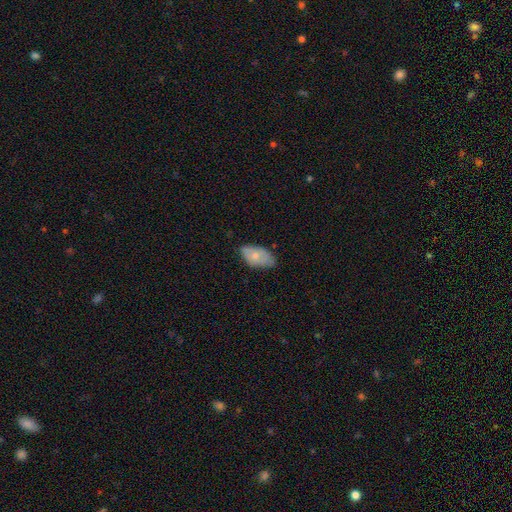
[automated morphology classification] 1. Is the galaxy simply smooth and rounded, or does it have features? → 66% smooth, 28% featured or disk, 6% star or artifact.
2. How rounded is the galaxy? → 93% in between, 4% round, 2% cigar-shaped.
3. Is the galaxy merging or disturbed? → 61% none, 32% minor disturbance, 6% major disturbance, 1% merger.